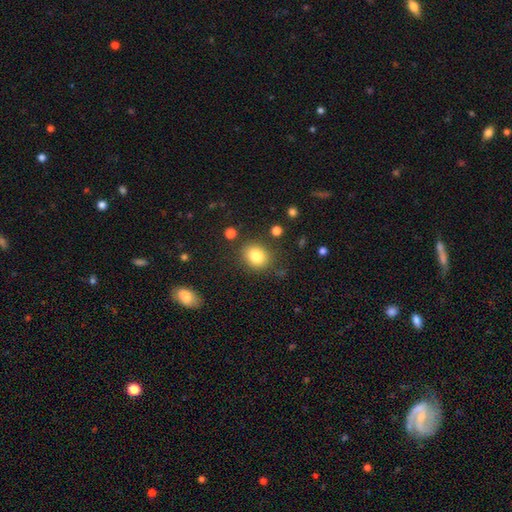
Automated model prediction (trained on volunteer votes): A smooth galaxy with no disk features (82%) that is round (61%). Merging: none (81%).